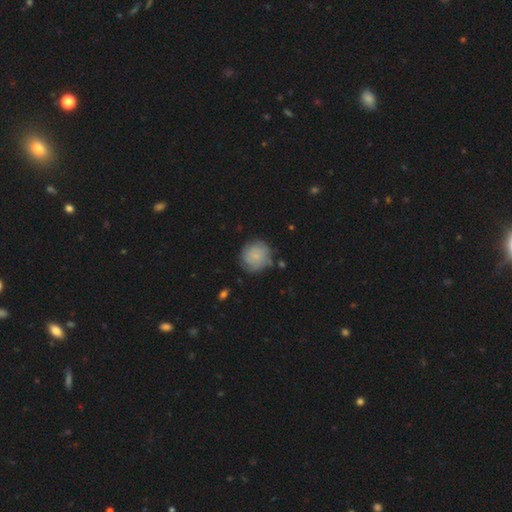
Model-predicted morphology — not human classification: Smooth or featured: smooth — 64% (featured or disk — 28%)
How rounded: round — 90% (in between — 9%)
Merging: none — 72% (minor disturbance — 19%)